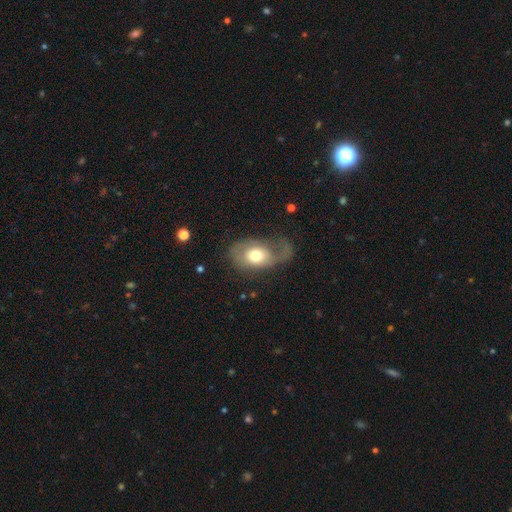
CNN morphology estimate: type=smooth (53%); roundness=in between (78%); merging=major disturbance (39%).